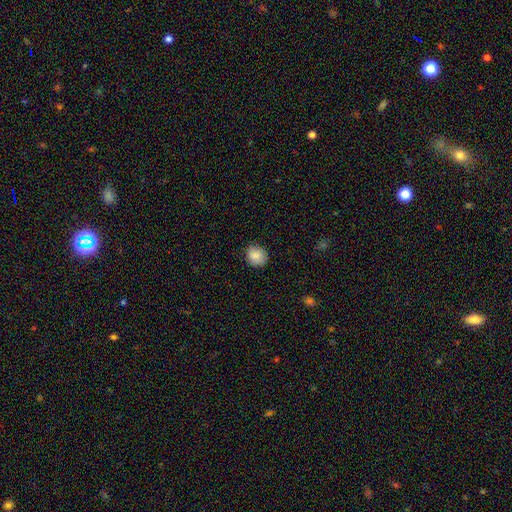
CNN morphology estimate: Q: Smooth or featured?
A: smooth (87%); runner-up: star or artifact (8%)
Q: How rounded?
A: round (71%); runner-up: in between (28%)
Q: Merging?
A: none (85%); runner-up: minor disturbance (12%)